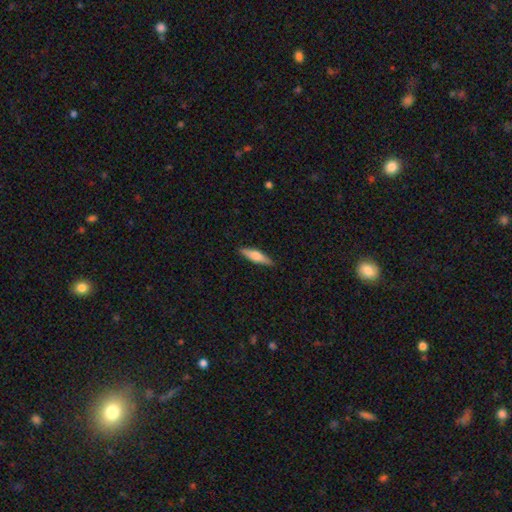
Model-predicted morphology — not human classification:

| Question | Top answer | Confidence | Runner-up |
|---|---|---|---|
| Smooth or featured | smooth | 60% | featured or disk (34%) |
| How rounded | cigar-shaped | 70% | in between (28%) |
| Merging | none | 89% | minor disturbance (8%) |